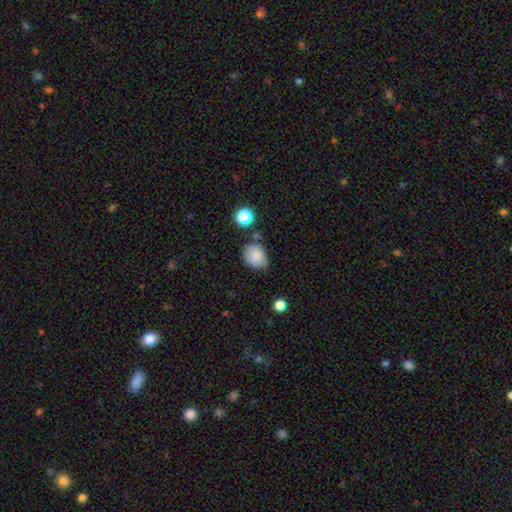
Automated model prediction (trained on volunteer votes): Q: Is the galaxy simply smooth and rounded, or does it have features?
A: smooth — 83%.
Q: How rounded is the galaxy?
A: round — 59%.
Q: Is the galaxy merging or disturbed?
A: none — 68%.